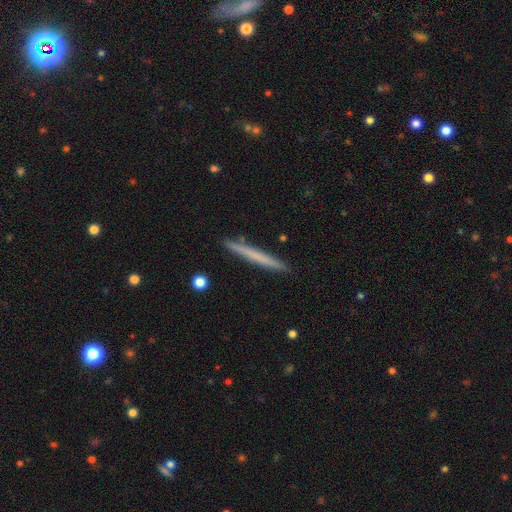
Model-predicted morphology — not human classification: Q: Smooth or featured?
A: smooth (59%); runner-up: featured or disk (35%)
Q: How rounded?
A: cigar-shaped (97%); runner-up: in between (2%)
Q: Merging?
A: none (91%); runner-up: minor disturbance (6%)